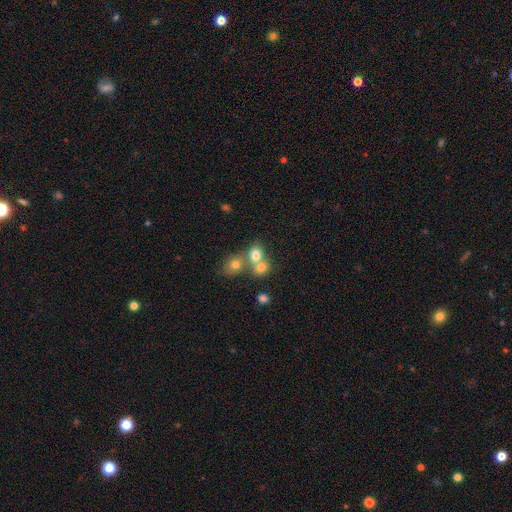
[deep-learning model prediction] Smooth or featured? smooth (73%)
How rounded? round (62%)
Merging? merger (53%)